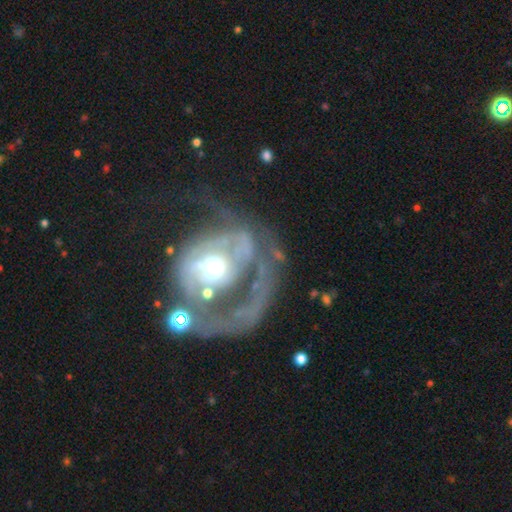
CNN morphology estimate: smooth_or_featured: featured or disk (p=0.78) [alt: smooth p=0.14]
disk_edge_on: no (p=0.97) [alt: yes p=0.03]
bar: no (p=0.57) [alt: weak p=0.27]
has_spiral_arms: yes (p=0.66) [alt: no p=0.34]
spiral_winding: medium (p=0.37) [alt: tight p=0.34]
spiral_arm_count: 1 (p=0.35) [alt: 2 p=0.33]
bulge_size: moderate (p=0.67) [alt: small p=0.19]
merging: major disturbance (p=0.47) [alt: none p=0.26]